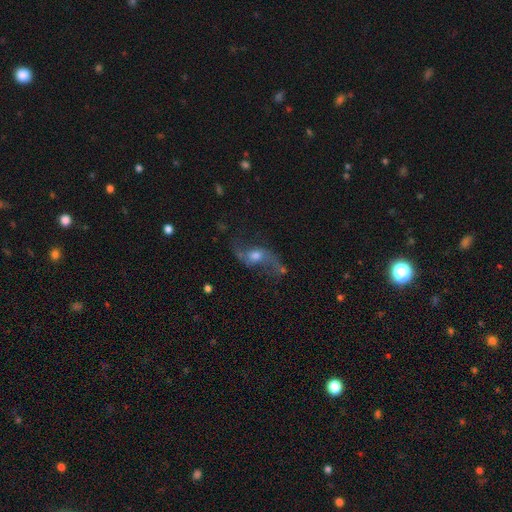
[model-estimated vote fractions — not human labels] This is clearly a featured or disk galaxy (81%). It is clearly not viewed edge-on (92%). Bar: possibly no (56%). Spiral arm pattern: clearly yes (93%). Spiral arm count: clearly 2 (93%). Spiral winding: clearly loose (89%). Central bulge: possibly moderate (58%). Merging: likely none (63%).